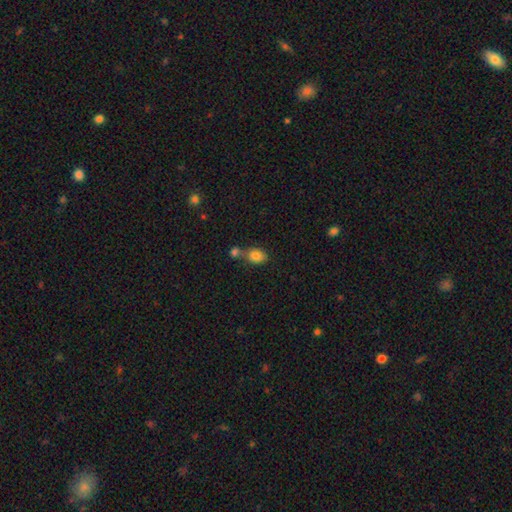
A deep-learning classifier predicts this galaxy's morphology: Overall: smooth (83%). How rounded: in between (71%). Merging: none (46%; merger 39%).